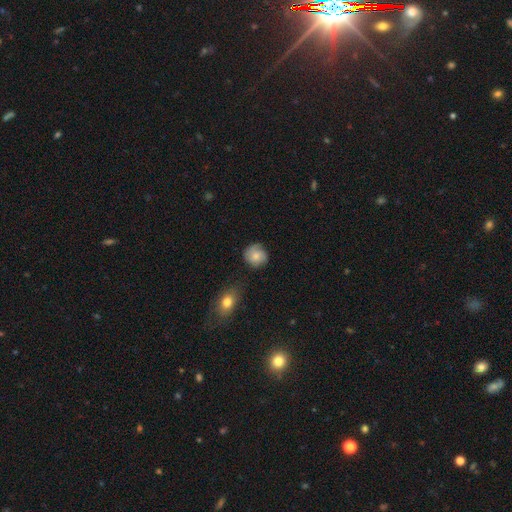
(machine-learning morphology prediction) Smooth or featured?
  - smooth: 59% *
  - featured or disk: 33%
  - star or artifact: 8%
How rounded?
  - round: 81% *
  - in between: 18%
  - cigar-shaped: 1%
Merging?
  - none: 67% *
  - minor disturbance: 24%
  - major disturbance: 6%
  - merger: 3%